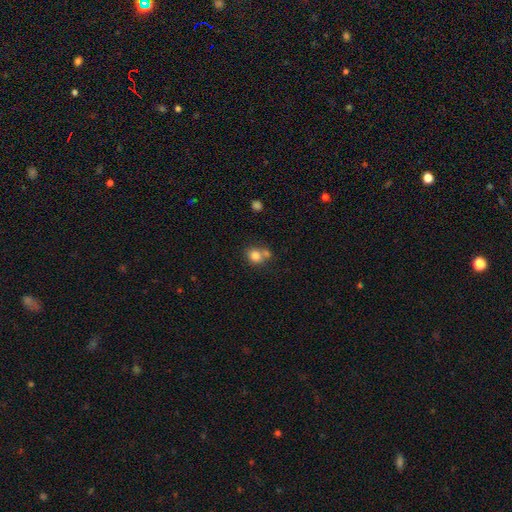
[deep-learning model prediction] Smooth or featured? Predicted: smooth (p=0.80). How rounded? Predicted: round (p=0.72). Merging? Predicted: none (p=0.49).